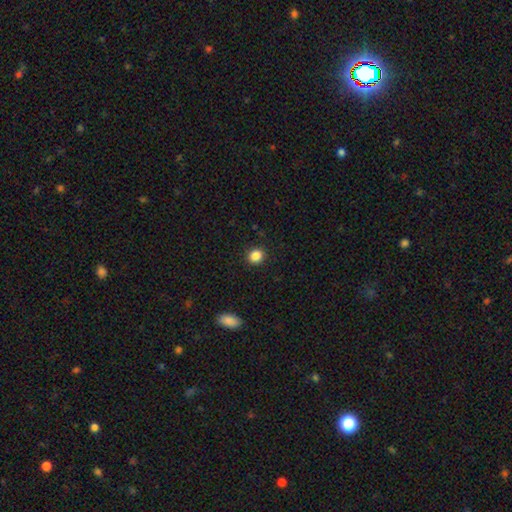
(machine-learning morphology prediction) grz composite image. It shows a smooth galaxy with no disk features (87%) that is round (81%). Merging: none (91%).